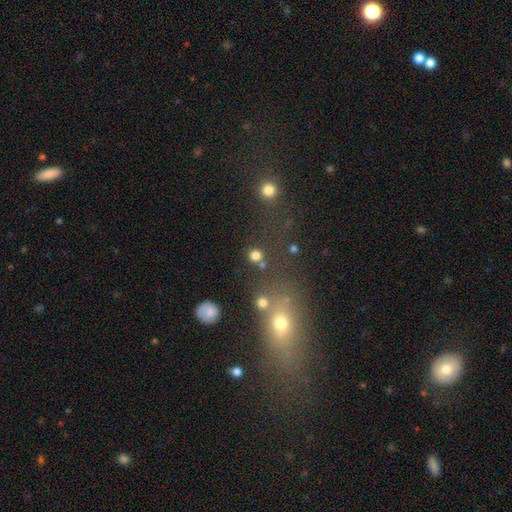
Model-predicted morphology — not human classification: A smooth galaxy with no disk features (79%) that is round (89%).

Vote fractions:
- Smooth or featured? smooth: 79% / star or artifact: 15% / featured or disk: 6%
- How rounded? round: 89% / in between: 10% / cigar-shaped: 1%
- Merging? none: 78% / merger: 10% / minor disturbance: 8% / major disturbance: 5%